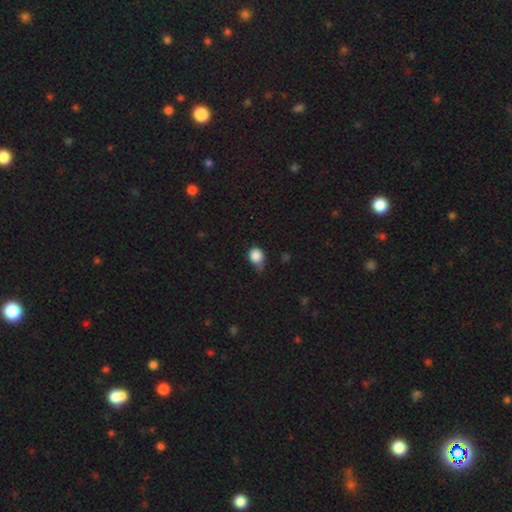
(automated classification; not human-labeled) Morphology: type=smooth (86%); roundness=round (61%); merging=minor disturbance (47%).